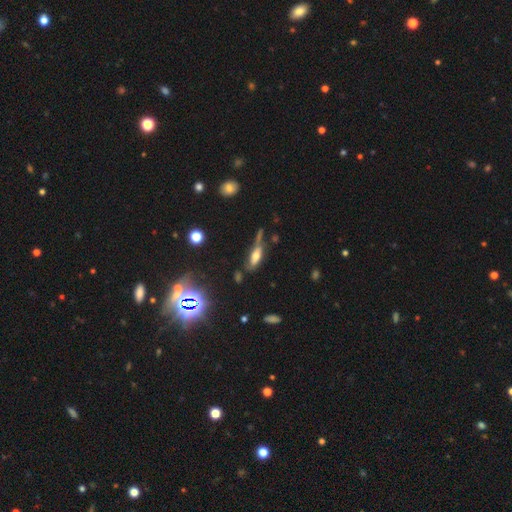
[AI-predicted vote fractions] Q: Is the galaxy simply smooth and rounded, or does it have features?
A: smooth — 47%.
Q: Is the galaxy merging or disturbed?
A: none — 40%.